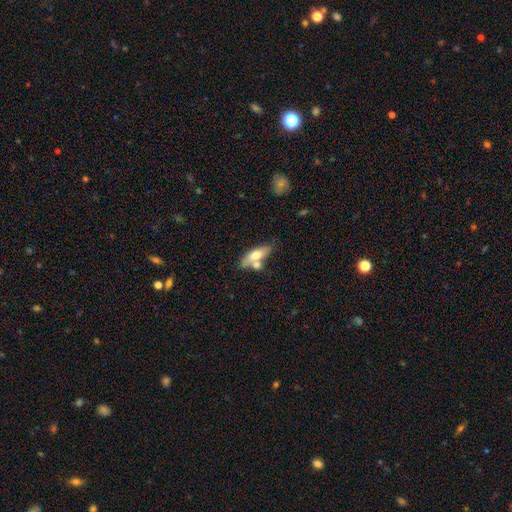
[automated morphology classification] Smooth or featured?
  - smooth: 61% *
  - featured or disk: 32%
  - star or artifact: 6%
How rounded?
  - in between: 66% *
  - cigar-shaped: 31%
  - round: 4%
Merging?
  - none: 45% *
  - merger: 34%
  - minor disturbance: 16%
  - major disturbance: 6%